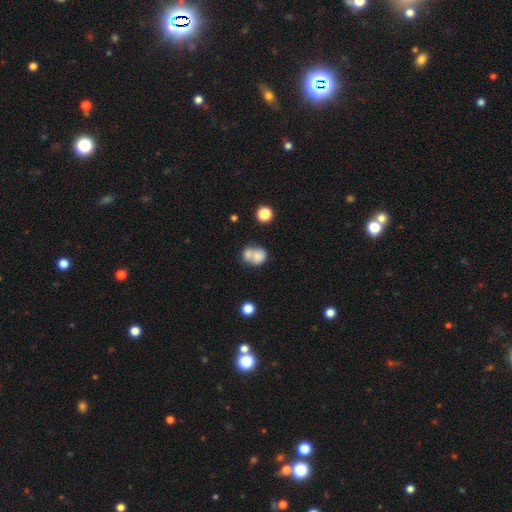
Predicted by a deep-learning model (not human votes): This appears to be a smooth galaxy with no disk features (72%) that is round (55%). Merging: merger (58%).